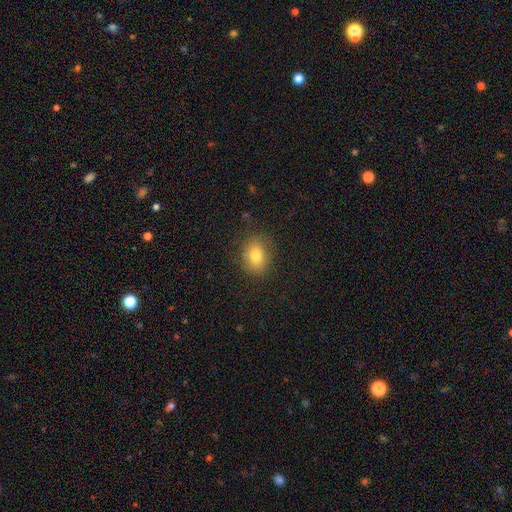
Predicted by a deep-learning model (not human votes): Smooth or featured: smooth — 78% (featured or disk — 11%)
How rounded: in between — 52% (round — 47%)
Merging: none — 81% (minor disturbance — 13%)